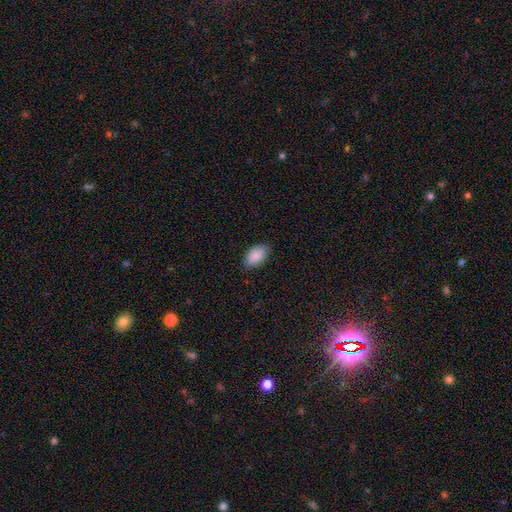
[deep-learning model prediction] smooth 90%, star or artifact 6%, featured or disk 4%. Down the decision tree: how rounded — in between (93%); merging — none (83%).